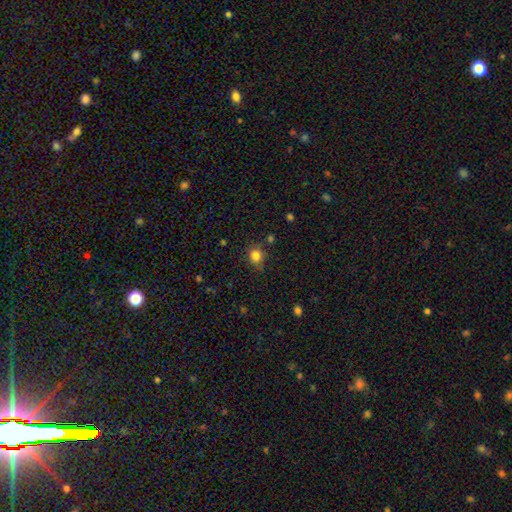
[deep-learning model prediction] Overall: smooth (83%). How rounded: round (77%). Merging: none (75%).